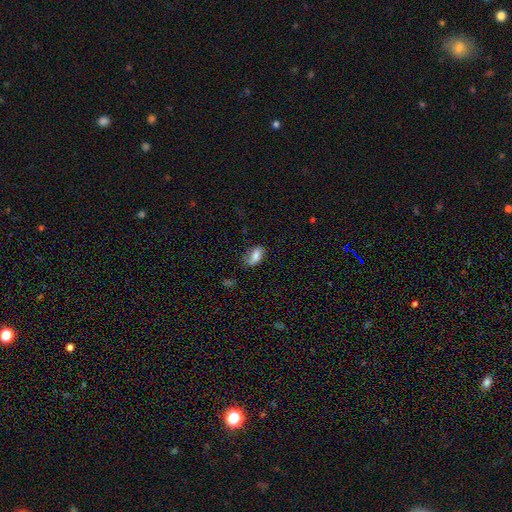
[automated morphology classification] This is likely a smooth galaxy (73%). How rounded: clearly in between (88%). Merging: likely none (67%).